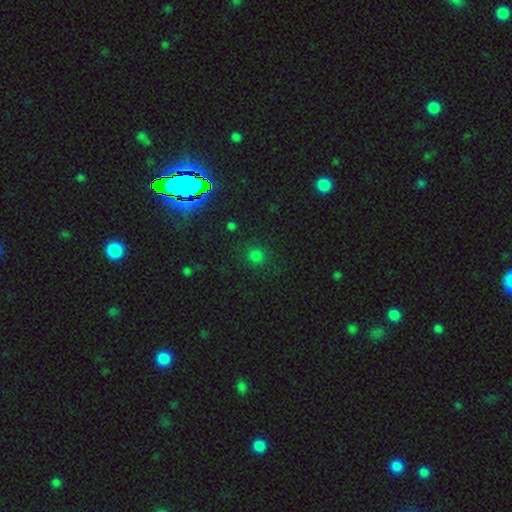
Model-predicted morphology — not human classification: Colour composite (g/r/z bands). It shows a smooth galaxy with no disk features (72%) that is round (91%). Merging: none (84%).